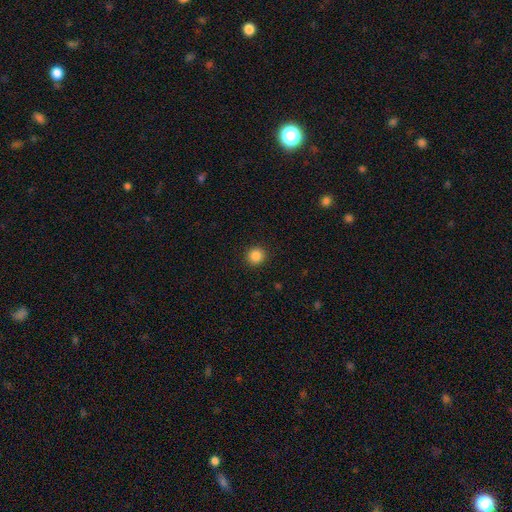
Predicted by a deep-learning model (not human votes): The model was most divided on "smooth or featured": smooth: 86%, star or artifact: 10%, featured or disk: 3%. More confident: how rounded — round (93%); merging — none (92%).